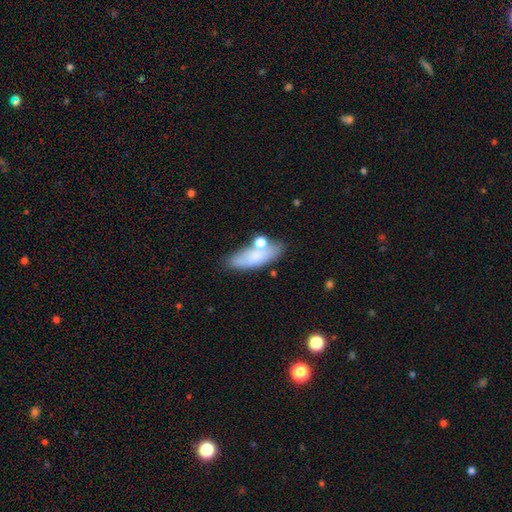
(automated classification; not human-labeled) smooth_or_featured: smooth (p=0.73) [alt: featured or disk p=0.19]
how_rounded: in between (p=0.70) [alt: cigar-shaped p=0.25]
merging: none (p=0.61) [alt: minor disturbance p=0.19]